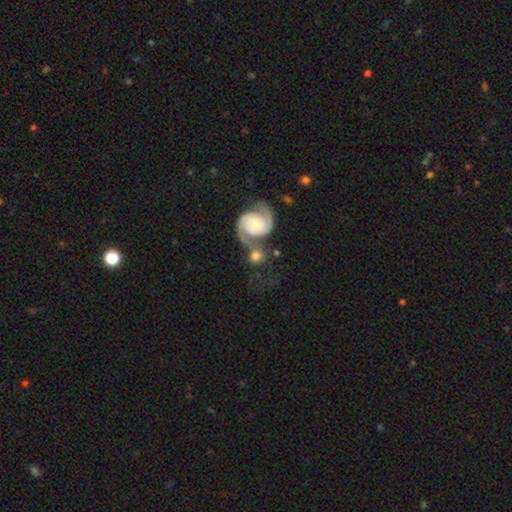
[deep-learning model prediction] featured or disk 64%, smooth 29%, star or artifact 7%. Down the decision tree: edge-on disk — no (97%); bar — no (62%); spiral arms — yes (93%); spiral arm count — 2 (91%); spiral winding — medium (45%); bulge size — moderate (46%); merging — none (41%).